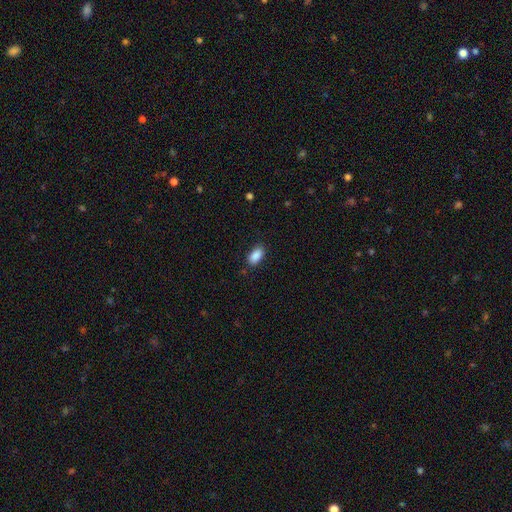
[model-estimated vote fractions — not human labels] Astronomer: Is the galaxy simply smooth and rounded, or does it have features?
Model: smooth — 89%.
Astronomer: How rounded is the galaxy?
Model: in between — 93%.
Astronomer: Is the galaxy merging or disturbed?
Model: none — 84%.